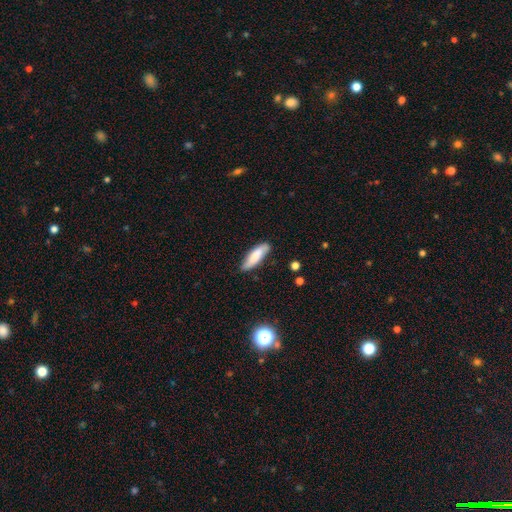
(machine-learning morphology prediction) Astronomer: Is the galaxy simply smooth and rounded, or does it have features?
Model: smooth — 73%.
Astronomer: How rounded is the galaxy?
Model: cigar-shaped — 52% (runner-up: in between, 46%).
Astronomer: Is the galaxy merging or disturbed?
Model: none — 78%.